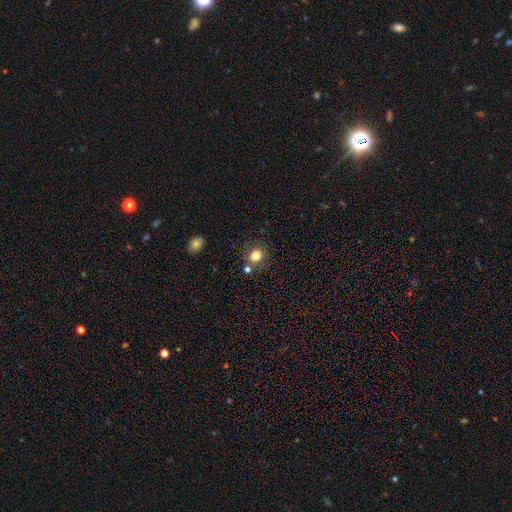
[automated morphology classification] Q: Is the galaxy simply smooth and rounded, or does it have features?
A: smooth — 80%.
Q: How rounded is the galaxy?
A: round — 77%.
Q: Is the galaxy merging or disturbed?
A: none — 73%.